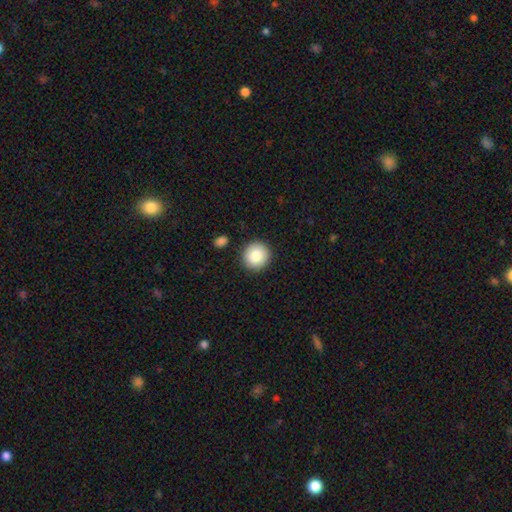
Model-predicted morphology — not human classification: A smooth galaxy with no disk features (83%) that is round (93%).

Vote fractions:
- Smooth or featured? smooth: 83% / featured or disk: 9% / star or artifact: 8%
- How rounded? round: 93% / in between: 6% / cigar-shaped: 1%
- Merging? none: 89% / minor disturbance: 7% / merger: 2% / major disturbance: 2%